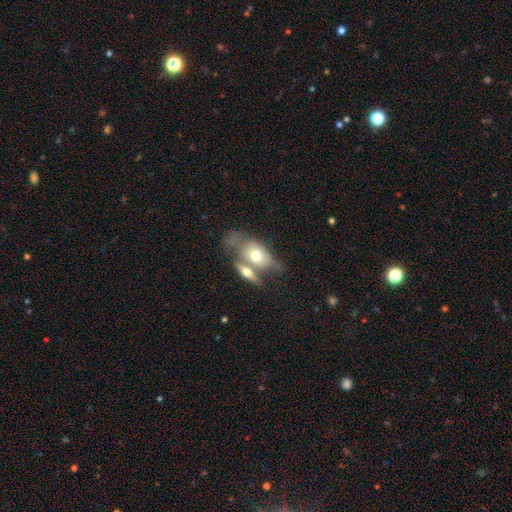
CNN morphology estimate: This appears to be a smooth galaxy with no disk features (60%) that is in between round and cigar-shaped (81%). Merging: merger (57%).